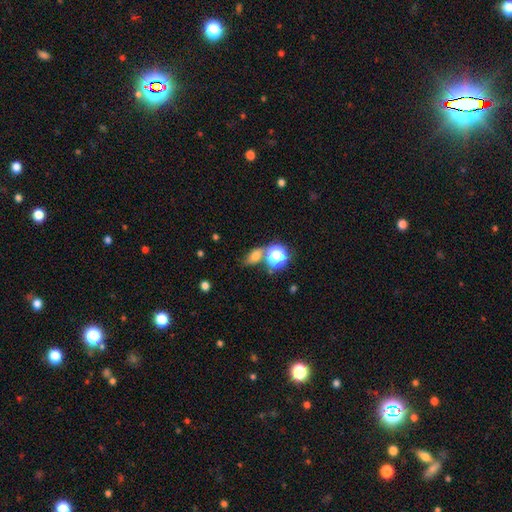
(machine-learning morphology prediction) smooth 67%, star or artifact 20%, featured or disk 13%. Down the decision tree: how rounded — in between (67%); merging — none (60%).